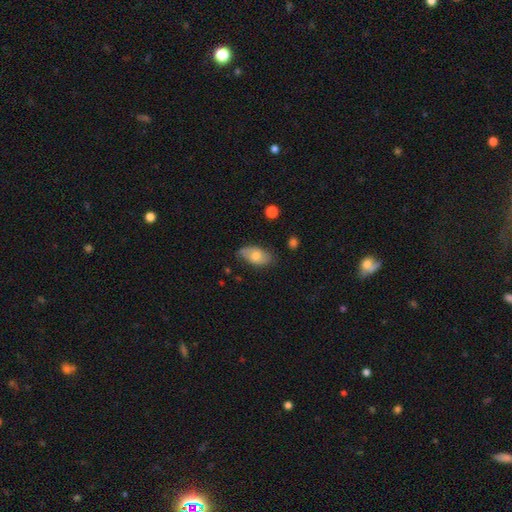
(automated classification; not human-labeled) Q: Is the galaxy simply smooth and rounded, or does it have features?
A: smooth — 66%.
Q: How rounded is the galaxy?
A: in between — 92%.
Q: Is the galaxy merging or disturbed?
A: none — 66%.